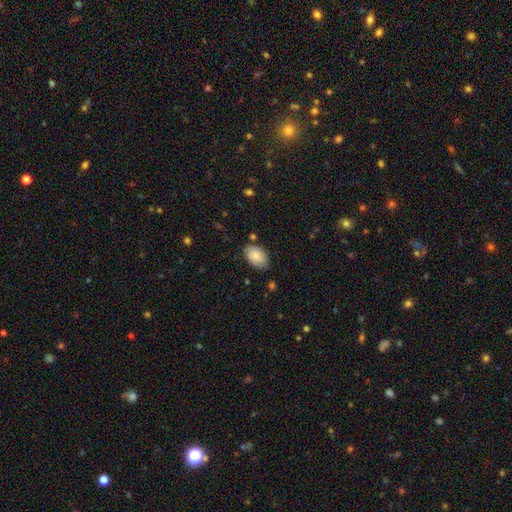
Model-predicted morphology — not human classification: smooth_or_featured: smooth (p=0.83) [alt: featured or disk p=0.11]
how_rounded: in between (p=0.90) [alt: round p=0.09]
merging: none (p=0.75) [alt: minor disturbance p=0.19]